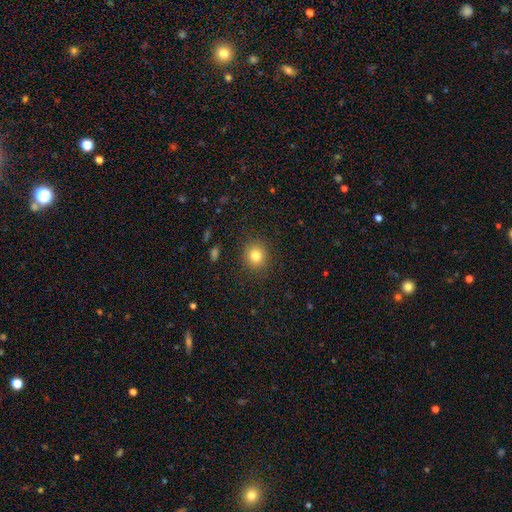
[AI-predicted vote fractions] Smooth or featured? Predicted: smooth (p=0.82). How rounded? Predicted: round (p=0.83). Merging? Predicted: none (p=0.89).